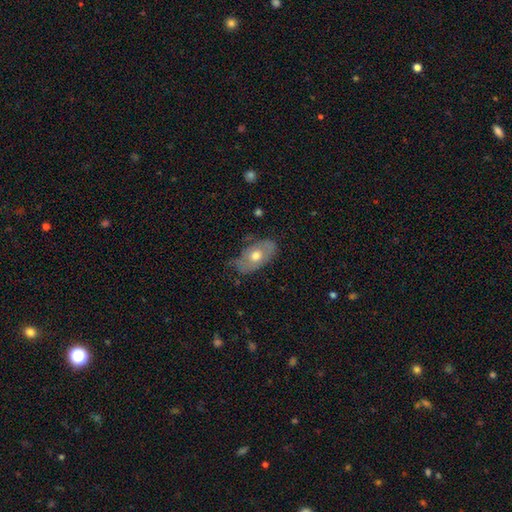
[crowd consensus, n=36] Q: Smooth or featured?
A: smooth (53%); runner-up: featured or disk (44%)
Q: How rounded?
A: in between (95%); runner-up: cigar-shaped (5%)
Q: Merging?
A: none (74%); runner-up: minor disturbance (20%)